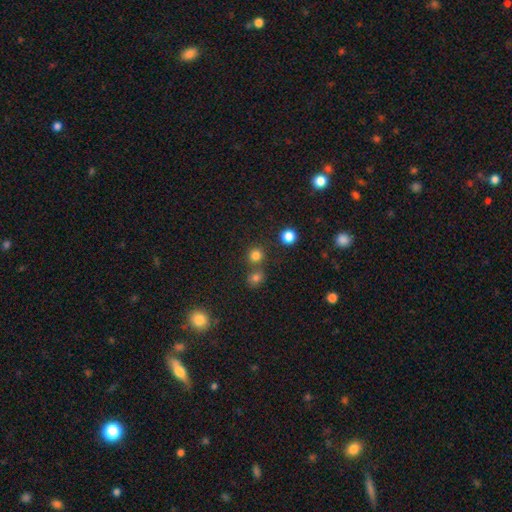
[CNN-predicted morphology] A smooth galaxy with no disk features (78%) that is round (90%).

Vote fractions:
- Smooth or featured? smooth: 78% / star or artifact: 17% / featured or disk: 5%
- How rounded? round: 90% / in between: 9% / cigar-shaped: 1%
- Merging? none: 71% / merger: 20% / minor disturbance: 7% / major disturbance: 3%